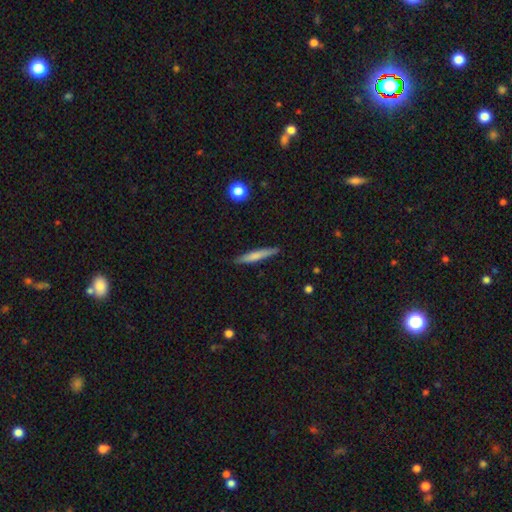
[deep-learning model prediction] Morphology: type=smooth (67%); roundness=cigar-shaped (94%); merging=none (88%).